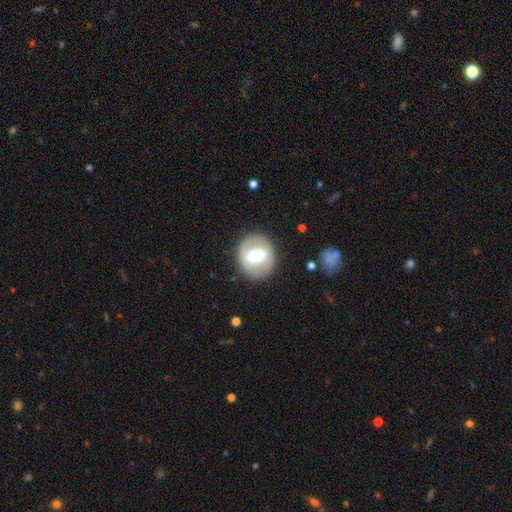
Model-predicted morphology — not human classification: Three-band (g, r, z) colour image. It shows a featured or disk galaxy (48%). Merging: none (83%).